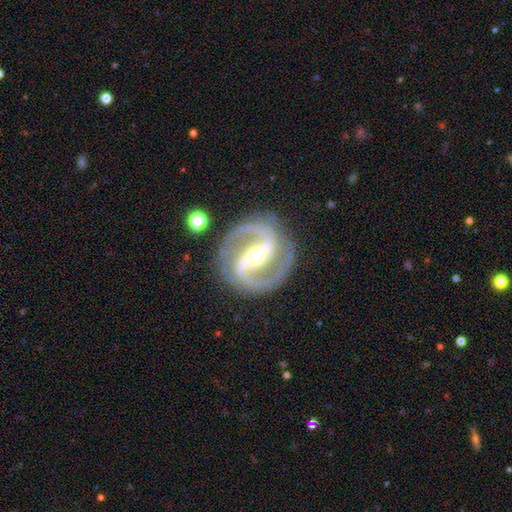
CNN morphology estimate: smooth_or_featured: featured or disk (p=0.92) [alt: star or artifact p=0.04]
disk_edge_on: no (p=0.97) [alt: yes p=0.03]
bar: strong (p=0.69) [alt: weak p=0.23]
has_spiral_arms: yes (p=0.98) [alt: no p=0.02]
spiral_winding: medium (p=0.60) [alt: tight p=0.26]
spiral_arm_count: 2 (p=0.94) [alt: 3 p=0.02]
bulge_size: moderate (p=0.54) [alt: small p=0.41]
merging: none (p=0.86) [alt: minor disturbance p=0.09]